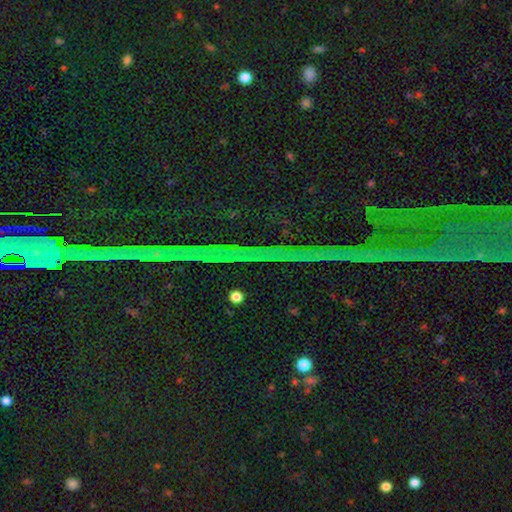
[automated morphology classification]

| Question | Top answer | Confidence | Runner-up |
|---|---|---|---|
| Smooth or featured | star or artifact | 81% | featured or disk (10%) |